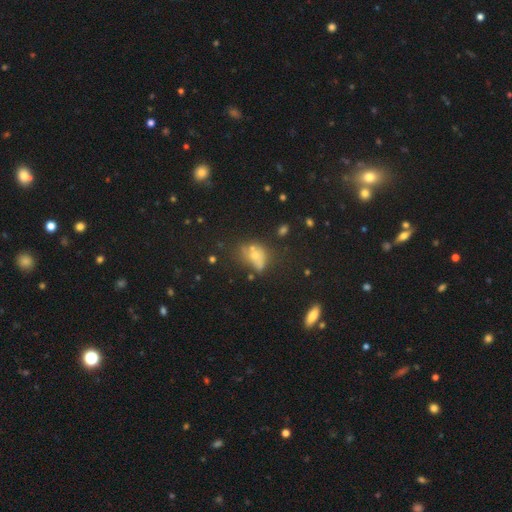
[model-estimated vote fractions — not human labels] Overall: smooth (54%; featured or disk 26%). How rounded: in between (71%). Merging: none (35%; minor disturbance 22%).